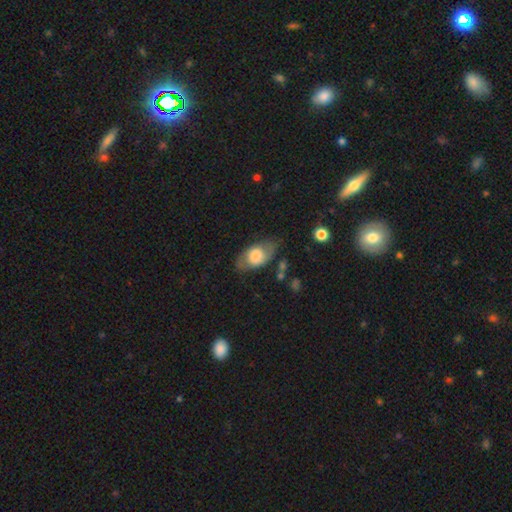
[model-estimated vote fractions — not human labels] Smooth or featured?
  - smooth: 60% *
  - featured or disk: 33%
  - star or artifact: 7%
How rounded?
  - in between: 87% *
  - round: 10%
  - cigar-shaped: 3%
Merging?
  - none: 67% *
  - minor disturbance: 21%
  - major disturbance: 10%
  - merger: 2%